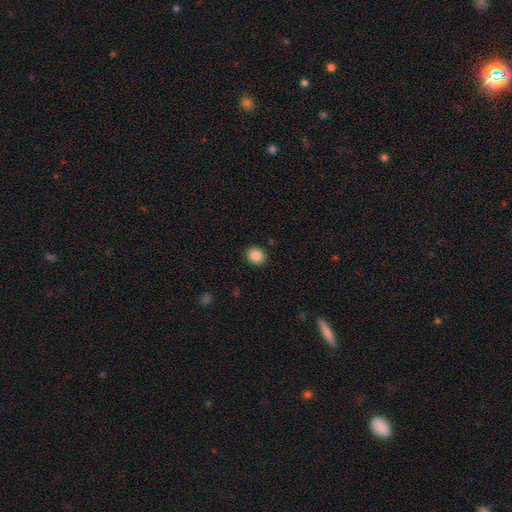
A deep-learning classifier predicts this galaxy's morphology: smooth_or_featured: smooth (p=0.87) [alt: star or artifact p=0.09]
how_rounded: round (p=0.73) [alt: in between p=0.26]
merging: none (p=0.90) [alt: minor disturbance p=0.07]